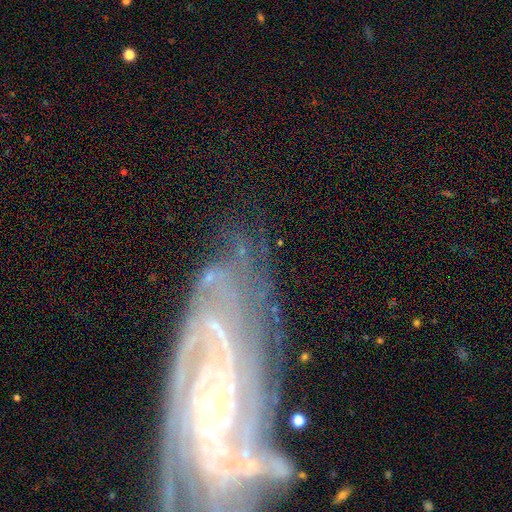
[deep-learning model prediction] Smooth or featured? featured or disk (88%)
Edge-on disk? no (93%)
Bar? no (59%)
Spiral arms? yes (98%)
Spiral winding? tight (74%)
Spiral arm count? can't tell (23%)
Bulge size? small (75%)
Merging? none (73%)